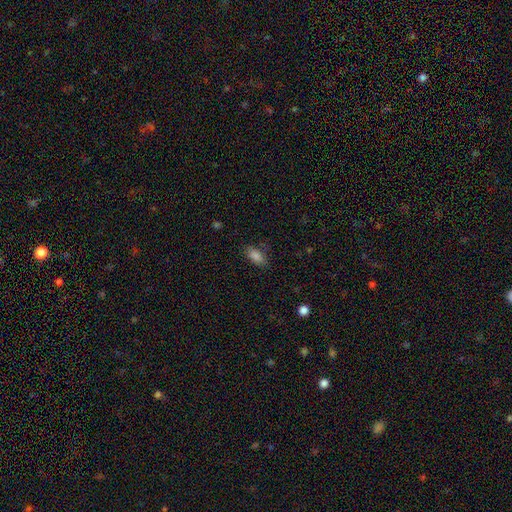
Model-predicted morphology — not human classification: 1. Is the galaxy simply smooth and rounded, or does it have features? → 85% smooth, 9% star or artifact, 6% featured or disk.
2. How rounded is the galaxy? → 88% in between, 8% cigar-shaped, 4% round.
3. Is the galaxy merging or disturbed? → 76% none, 18% minor disturbance, 5% major disturbance, 2% merger.